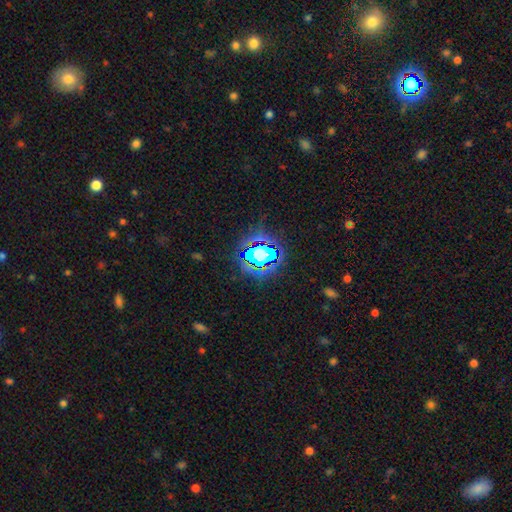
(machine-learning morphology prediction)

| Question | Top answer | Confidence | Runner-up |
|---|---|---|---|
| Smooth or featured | star or artifact | 70% | smooth (19%) |